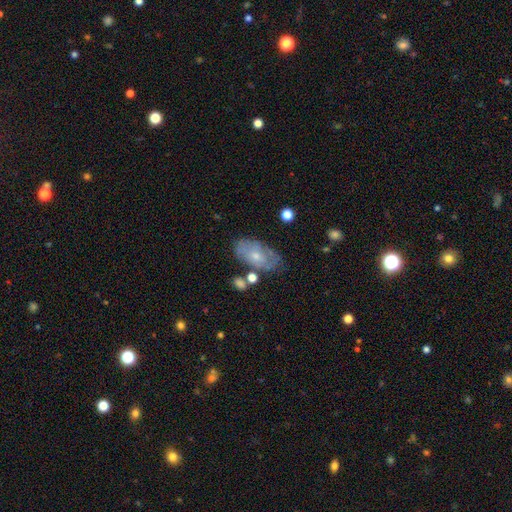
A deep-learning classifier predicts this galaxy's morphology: A smooth galaxy with no disk features (47%). Merging: none (62%).